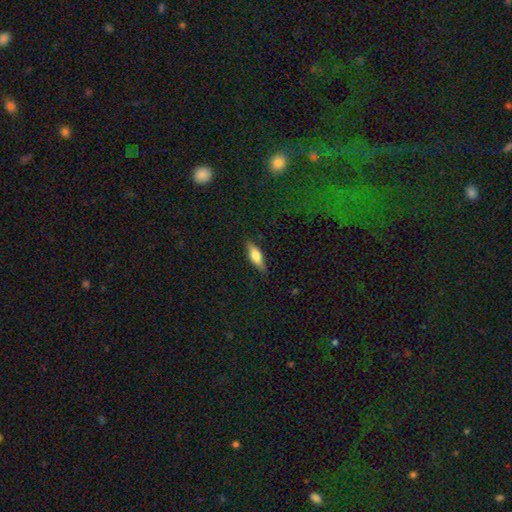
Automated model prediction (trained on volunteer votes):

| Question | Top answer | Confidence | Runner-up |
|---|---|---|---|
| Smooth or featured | smooth | 65% | featured or disk (28%) |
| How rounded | in between | 56% | cigar-shaped (42%) |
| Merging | none | 84% | minor disturbance (12%) |